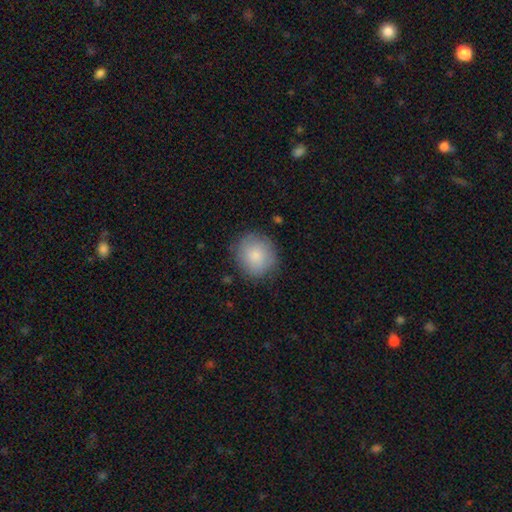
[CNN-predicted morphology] smooth-or-featured: smooth: 84% | featured or disk: 9% | star or artifact: 7%
  how-rounded: round: 82% | in between: 17% | cigar-shaped: 1%
  merging: none: 82% | minor disturbance: 13% | major disturbance: 3% | merger: 1%